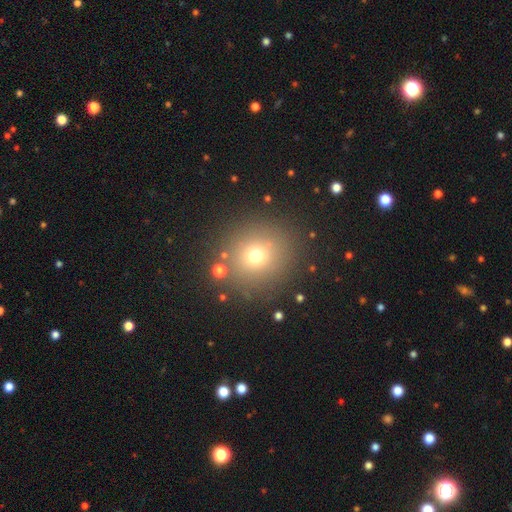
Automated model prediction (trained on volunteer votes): This is likely a smooth galaxy (67%). How rounded: clearly round (88%). Merging: clearly none (84%).